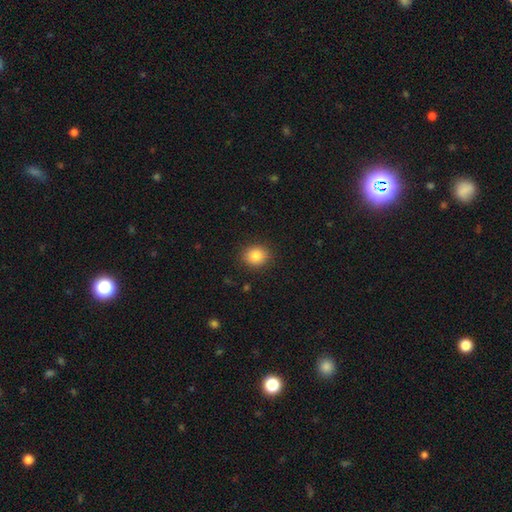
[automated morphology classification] Smooth or featured: smooth — 85% (star or artifact — 10%)
How rounded: round — 71% (in between — 28%)
Merging: none — 89% (minor disturbance — 8%)